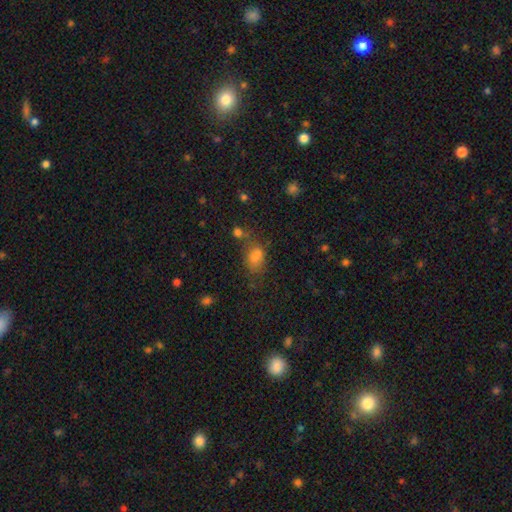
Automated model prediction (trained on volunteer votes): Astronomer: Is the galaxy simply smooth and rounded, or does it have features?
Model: smooth — 68%.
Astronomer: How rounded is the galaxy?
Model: in between — 76%.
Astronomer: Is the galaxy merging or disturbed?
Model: none — 48%.